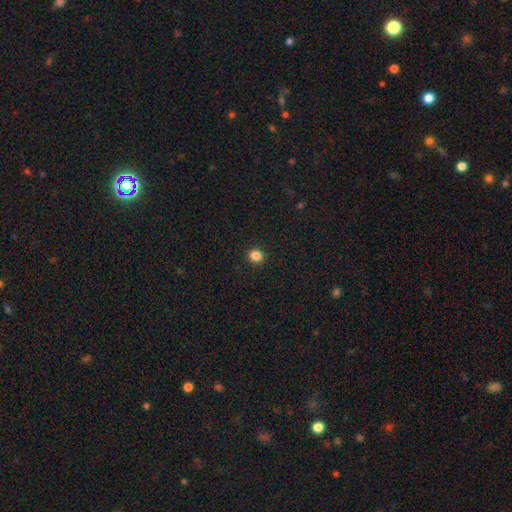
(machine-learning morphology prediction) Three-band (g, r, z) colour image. It shows a smooth galaxy with no disk features (85%) that is round (85%). Merging: none (92%).